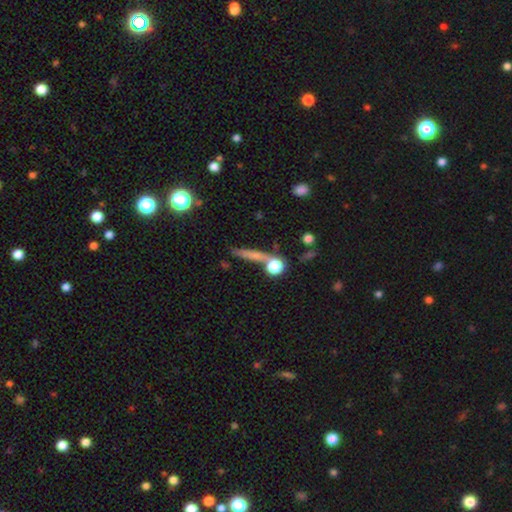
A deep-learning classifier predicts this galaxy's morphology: Q: Smooth or featured?
A: smooth (55%); runner-up: featured or disk (30%)
Q: How rounded?
A: cigar-shaped (77%); runner-up: round (14%)
Q: Merging?
A: none (72%); runner-up: minor disturbance (12%)